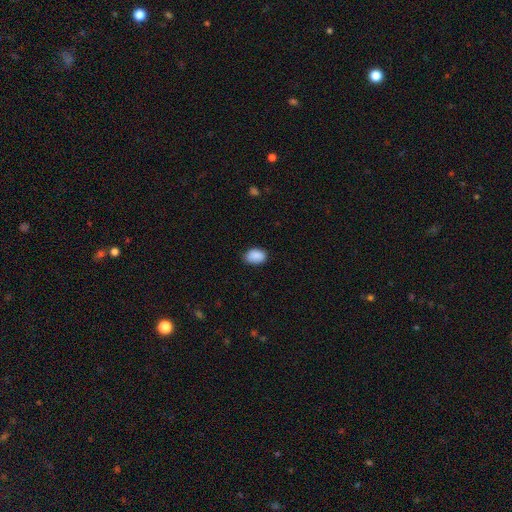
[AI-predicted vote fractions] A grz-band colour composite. It shows a smooth galaxy with no disk features (89%) that is in between round and cigar-shaped (85%). Merging: none (83%).